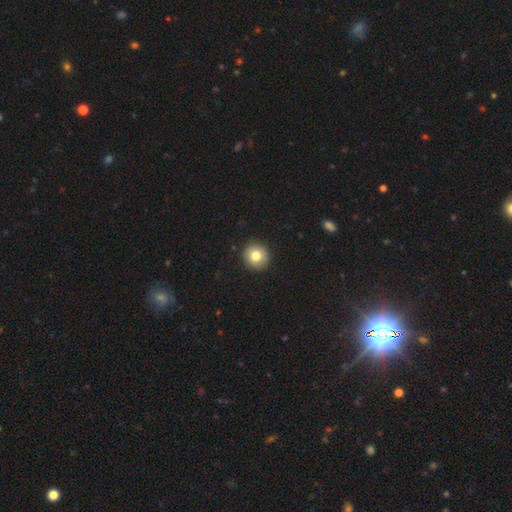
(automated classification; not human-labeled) smooth-or-featured: smooth: 81% | featured or disk: 9% | star or artifact: 9%
  how-rounded: round: 93% | in between: 6% | cigar-shaped: 1%
  merging: none: 92% | minor disturbance: 6% | major disturbance: 2% | merger: 1%